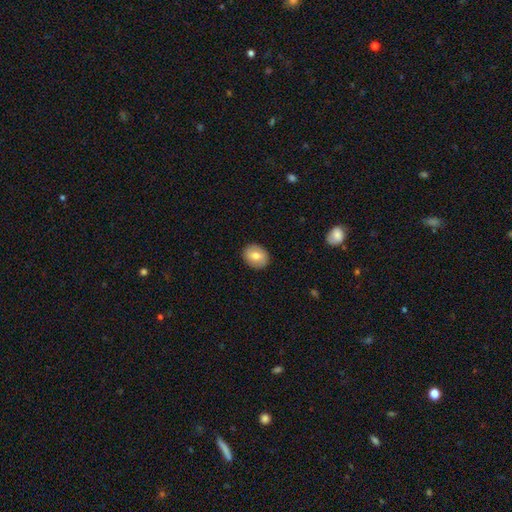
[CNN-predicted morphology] type=smooth (73%); roundness=in between (53%); merging=none (89%).